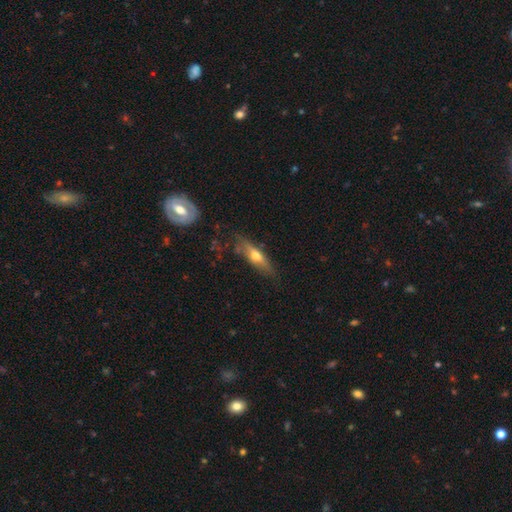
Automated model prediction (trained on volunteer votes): featured or disk 52%, smooth 41%, star or artifact 7%. Down the decision tree: edge-on disk — yes (83%); merging — none (71%).